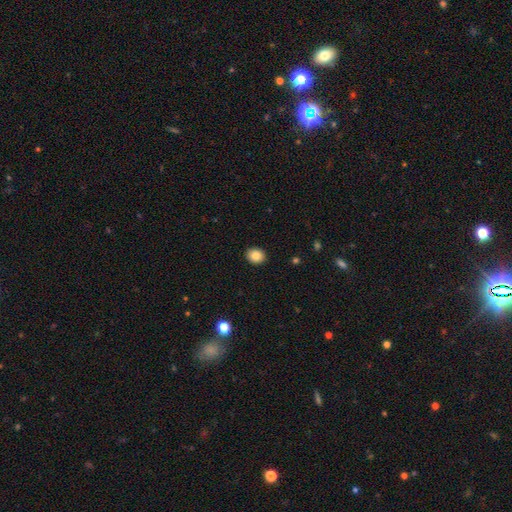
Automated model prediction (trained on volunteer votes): Smooth or featured?
  - smooth: 84% *
  - star or artifact: 9%
  - featured or disk: 7%
How rounded?
  - round: 68% *
  - in between: 31%
  - cigar-shaped: 1%
Merging?
  - none: 92% *
  - minor disturbance: 6%
  - major disturbance: 2%
  - merger: 1%